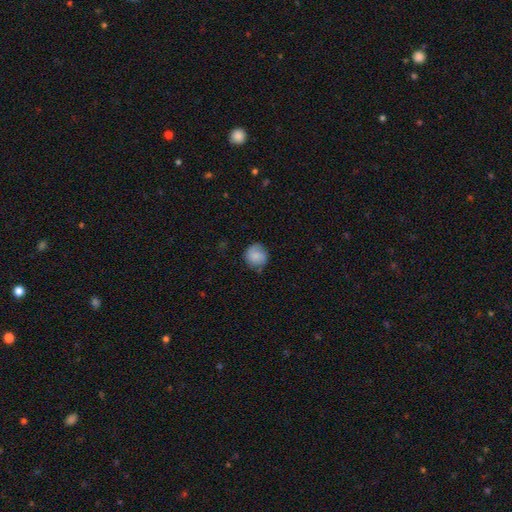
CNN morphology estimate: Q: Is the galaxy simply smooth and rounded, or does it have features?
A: smooth — 77%.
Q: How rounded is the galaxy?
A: round — 86%.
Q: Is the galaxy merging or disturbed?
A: none — 71%.